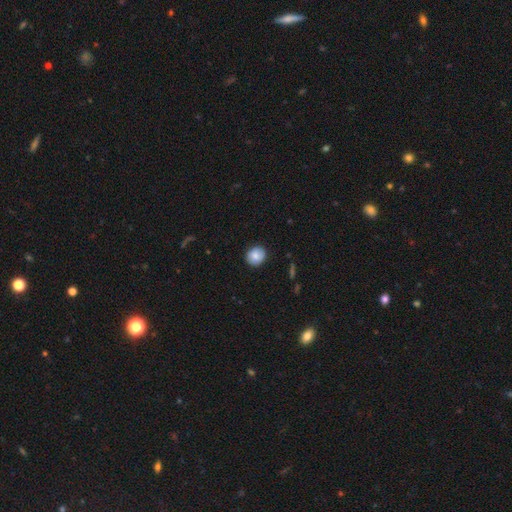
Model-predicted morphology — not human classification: A smooth galaxy with no disk features (83%) that is round (81%). Merging: none (89%).